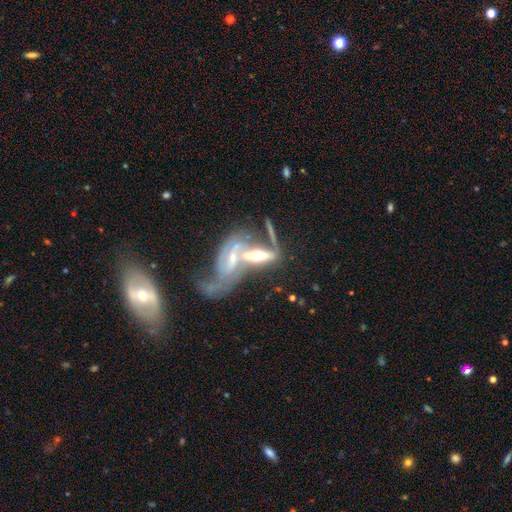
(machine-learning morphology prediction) smooth_or_featured: featured or disk (p=0.62) [alt: smooth p=0.28]
disk_edge_on: no (p=0.56) [alt: yes p=0.44]
merging: merger (p=0.64) [alt: none p=0.15]